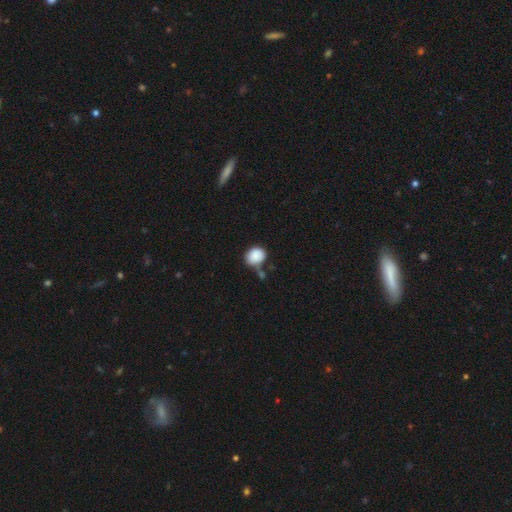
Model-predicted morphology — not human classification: A smooth galaxy with no disk features (87%) that is round (61%). Merging: none (53%).